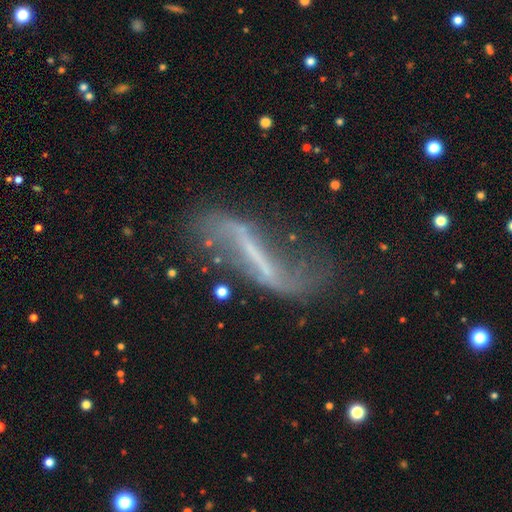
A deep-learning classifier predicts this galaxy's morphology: Smooth or featured?
  - featured or disk: 73% *
  - smooth: 16%
  - star or artifact: 11%
Edge-on disk?
  - no: 76% *
  - yes: 24%
Bar?
  - strong: 66% *
  - weak: 20%
  - no: 14%
Spiral arms?
  - yes: 70% *
  - no: 30%
Bulge size?
  - none: 57% *
  - small: 30%
  - moderate: 9%
  - large: 2%
  - dominant: 2%
Merging?
  - none: 48% *
  - major disturbance: 23%
  - minor disturbance: 22%
  - merger: 7%